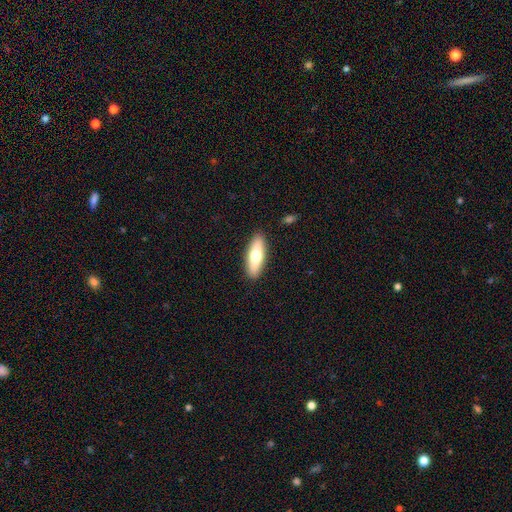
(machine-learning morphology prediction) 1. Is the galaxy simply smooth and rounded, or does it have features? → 64% smooth, 31% featured or disk, 6% star or artifact.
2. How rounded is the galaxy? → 53% in between, 45% cigar-shaped, 2% round.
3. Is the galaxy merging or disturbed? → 90% none, 7% minor disturbance, 2% major disturbance, 1% merger.